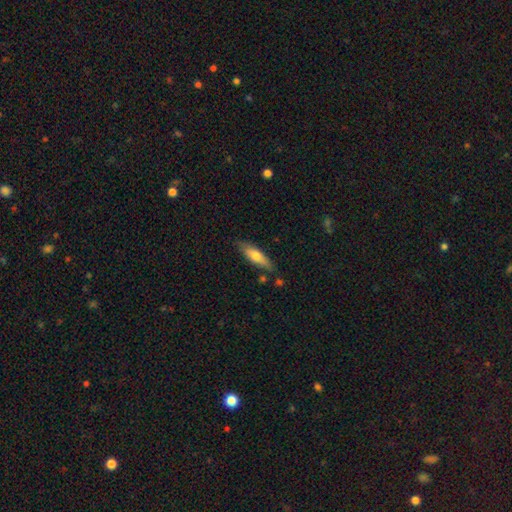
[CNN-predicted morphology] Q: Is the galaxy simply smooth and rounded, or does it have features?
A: smooth — 66%.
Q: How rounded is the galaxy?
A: cigar-shaped — 54%.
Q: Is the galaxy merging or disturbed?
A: none — 78%.